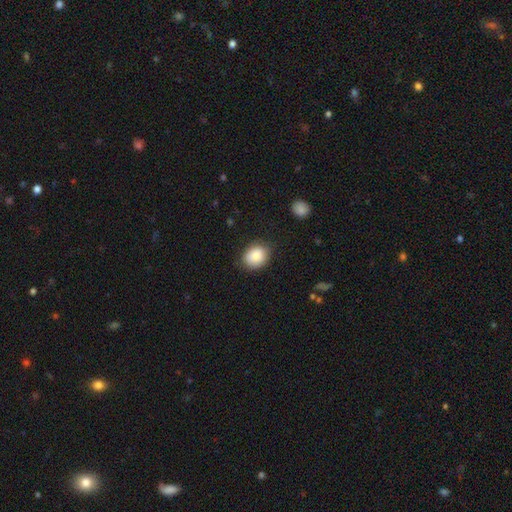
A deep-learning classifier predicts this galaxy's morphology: A smooth galaxy with no disk features (85%) that is round (54%).

Vote fractions:
- Smooth or featured? smooth: 85% / star or artifact: 8% / featured or disk: 7%
- How rounded? round: 54% / in between: 45% / cigar-shaped: 1%
- Merging? none: 82% / minor disturbance: 14% / major disturbance: 3% / merger: 1%